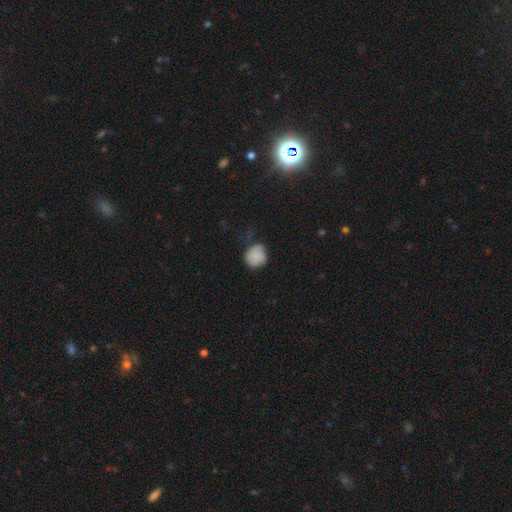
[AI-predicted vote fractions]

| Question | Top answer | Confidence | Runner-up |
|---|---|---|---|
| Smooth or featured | smooth | 76% | featured or disk (15%) |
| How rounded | round | 72% | in between (27%) |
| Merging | none | 44% | minor disturbance (39%) |